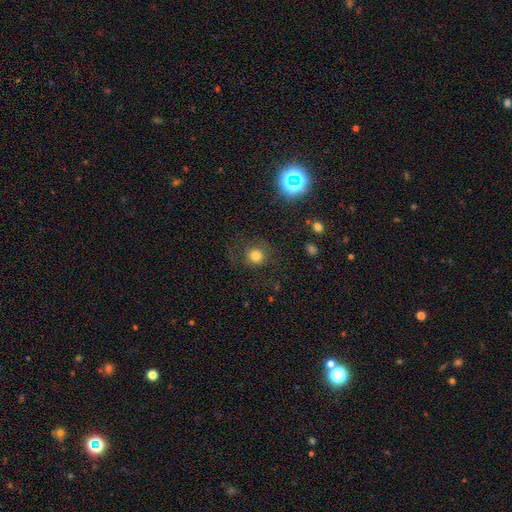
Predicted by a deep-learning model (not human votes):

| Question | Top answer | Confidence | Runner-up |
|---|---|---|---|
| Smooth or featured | smooth | 73% | star or artifact (14%) |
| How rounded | round | 90% | in between (9%) |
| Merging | none | 74% | minor disturbance (13%) |